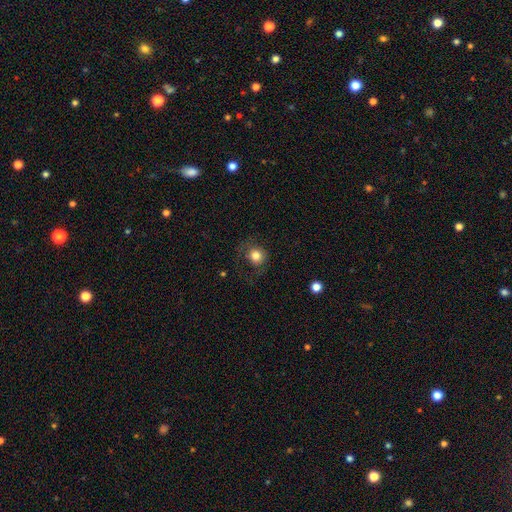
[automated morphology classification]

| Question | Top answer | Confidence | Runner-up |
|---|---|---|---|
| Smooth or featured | smooth | 79% | featured or disk (11%) |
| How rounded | round | 87% | in between (12%) |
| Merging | none | 65% | minor disturbance (17%) |